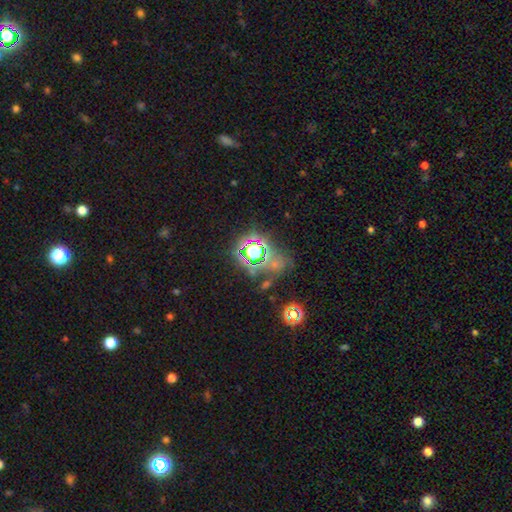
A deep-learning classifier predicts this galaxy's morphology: smooth-or-featured: star or artifact: 66% | smooth: 23% | featured or disk: 12%